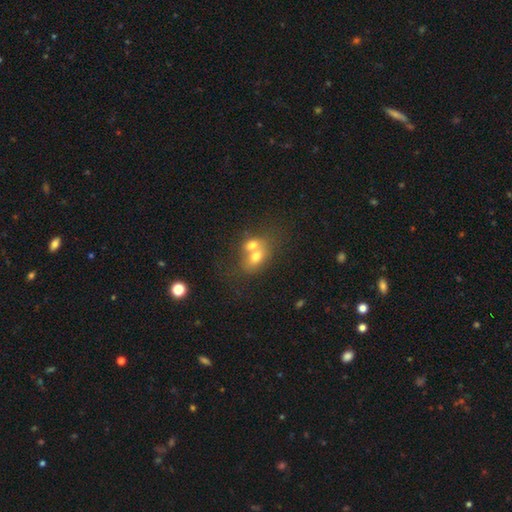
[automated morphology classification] The model was most divided on "how rounded": in between: 62%, round: 36%, cigar-shaped: 2%. More confident: merging — merger (66%); smooth or featured — smooth (63%).